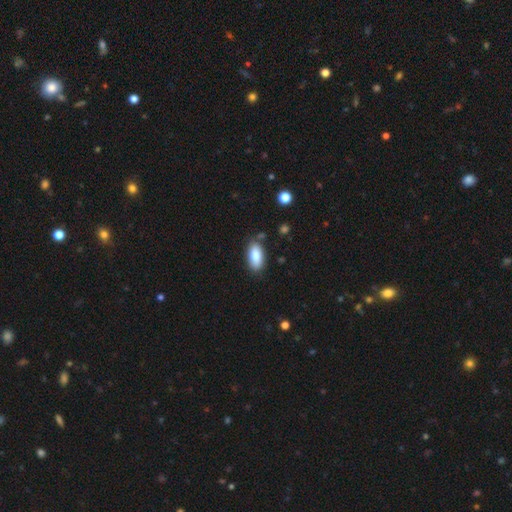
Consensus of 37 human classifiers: This appears to be a smooth galaxy with no disk features (86%) that is in between round and cigar-shaped (81%). Merging: none (77%).